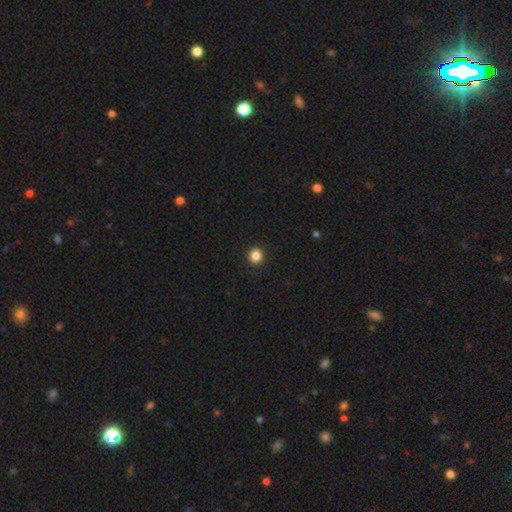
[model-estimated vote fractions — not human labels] Smooth or featured: smooth — 86% (star or artifact — 11%)
How rounded: round — 88% (in between — 11%)
Merging: none — 93% (minor disturbance — 5%)